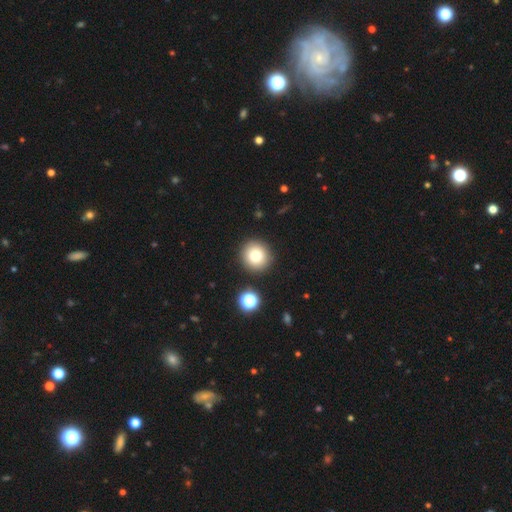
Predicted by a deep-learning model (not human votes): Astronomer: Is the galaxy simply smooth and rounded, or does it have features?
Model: smooth — 77%.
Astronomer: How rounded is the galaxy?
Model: round — 93%.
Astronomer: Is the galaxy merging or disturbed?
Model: none — 89%.